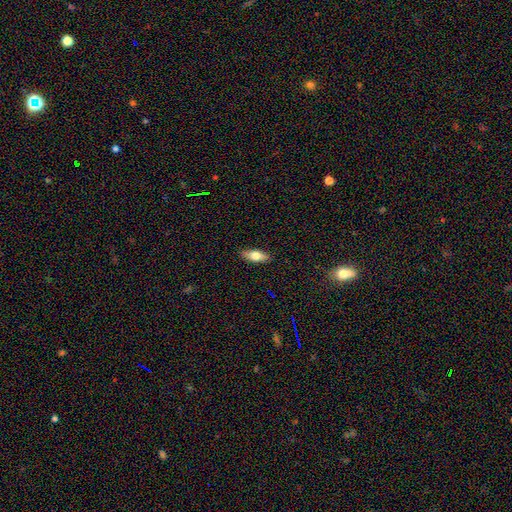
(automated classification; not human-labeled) Q: Smooth or featured?
A: smooth (67%); runner-up: featured or disk (27%)
Q: How rounded?
A: in between (71%); runner-up: cigar-shaped (26%)
Q: Merging?
A: none (89%); runner-up: minor disturbance (9%)